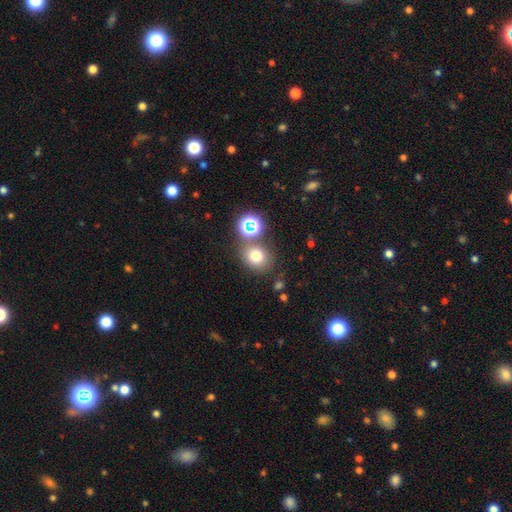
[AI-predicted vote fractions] Overall: smooth (72%). How rounded: round (78%). Merging: none (72%).